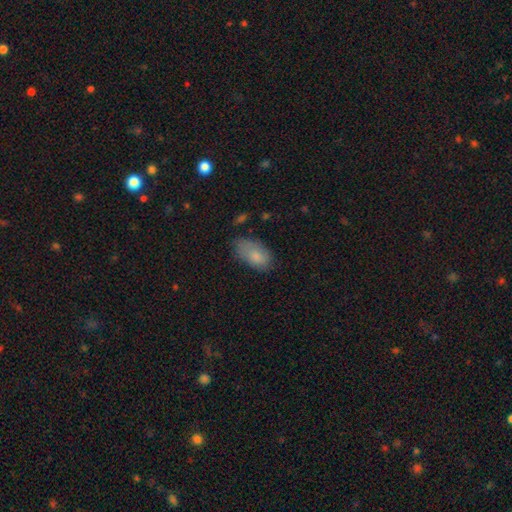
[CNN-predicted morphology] Q: Smooth or featured?
A: smooth (82%); runner-up: featured or disk (11%)
Q: How rounded?
A: in between (93%); runner-up: round (5%)
Q: Merging?
A: none (56%); runner-up: minor disturbance (31%)